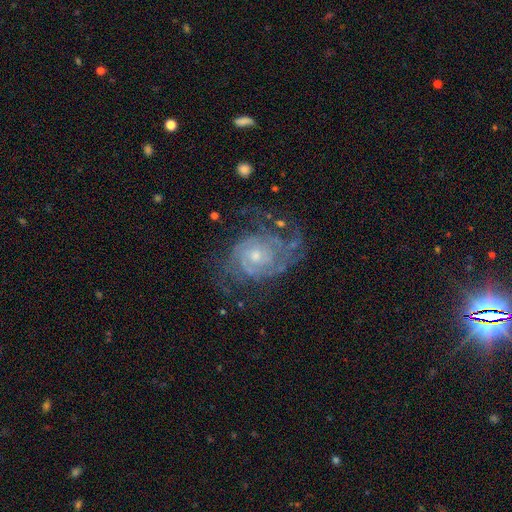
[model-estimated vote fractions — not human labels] This is clearly a featured or disk galaxy (86%). It is clearly not viewed edge-on (97%). Bar: likely no (73%). Spiral arm pattern: clearly yes (94%). Spiral arm count: marginally can't tell (31%). Spiral winding: possibly tight (60%). Central bulge: possibly small (55%). Merging: likely none (60%).